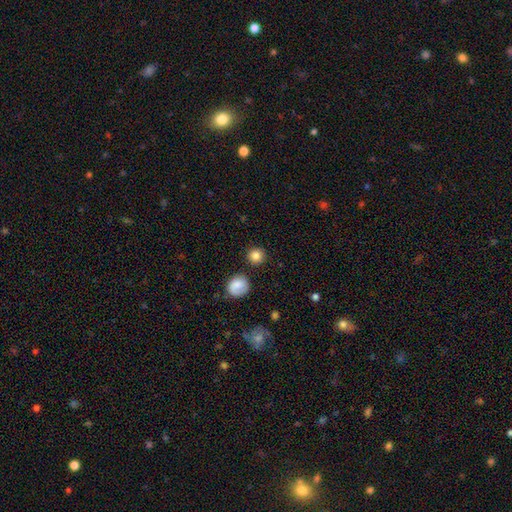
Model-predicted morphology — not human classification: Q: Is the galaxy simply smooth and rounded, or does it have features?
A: smooth — 84%.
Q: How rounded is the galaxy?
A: round — 93%.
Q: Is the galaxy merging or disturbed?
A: none — 88%.